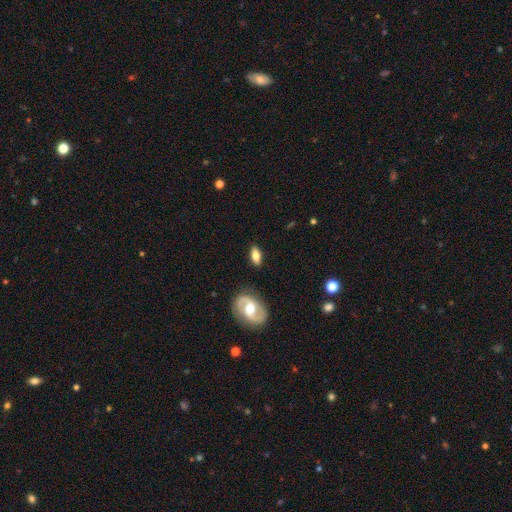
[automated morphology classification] The model was most divided on "smooth or featured": smooth: 64%, featured or disk: 29%, star or artifact: 7%. More confident: how rounded — in between (84%); merging — none (83%).